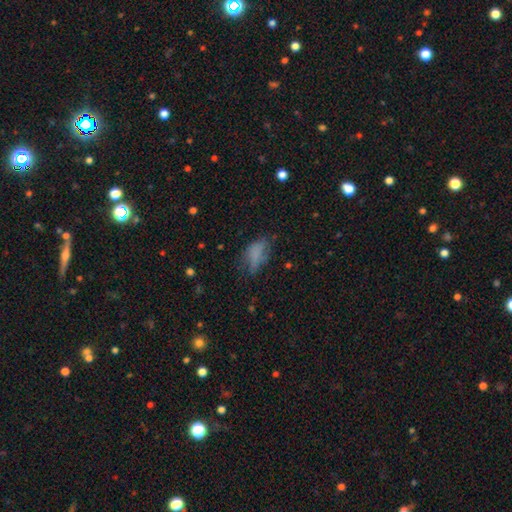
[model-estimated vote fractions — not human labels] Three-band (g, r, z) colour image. It shows a smooth galaxy with no disk features (70%) that is in between round and cigar-shaped (85%). Merging: none (44%).